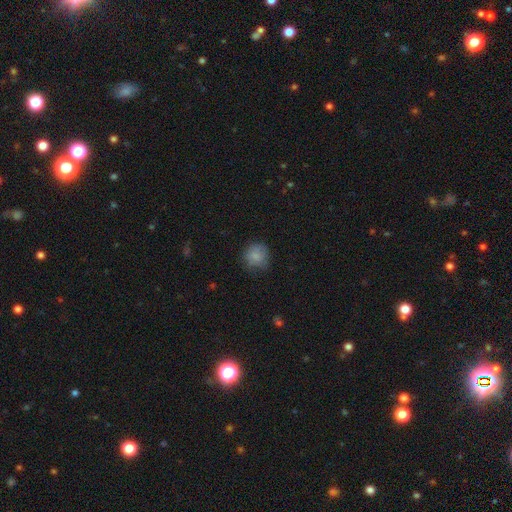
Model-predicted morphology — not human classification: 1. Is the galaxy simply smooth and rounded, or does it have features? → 82% smooth, 9% featured or disk, 9% star or artifact.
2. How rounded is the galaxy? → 86% round, 13% in between, 1% cigar-shaped.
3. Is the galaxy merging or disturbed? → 71% none, 21% minor disturbance, 6% major disturbance, 1% merger.